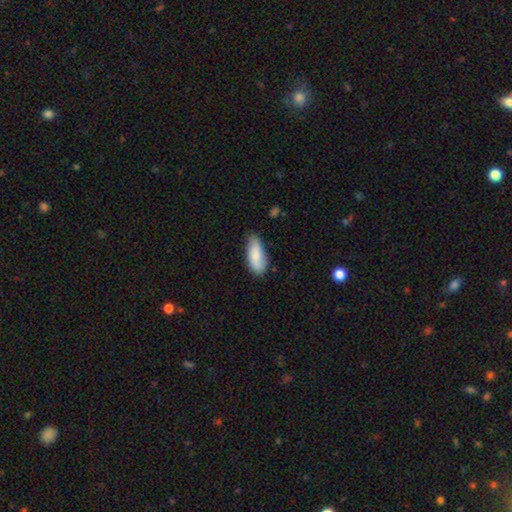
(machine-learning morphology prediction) smooth_or_featured: smooth (p=0.81) [alt: featured or disk p=0.13]
how_rounded: in between (p=0.82) [alt: cigar-shaped p=0.16]
merging: none (p=0.68) [alt: minor disturbance p=0.26]